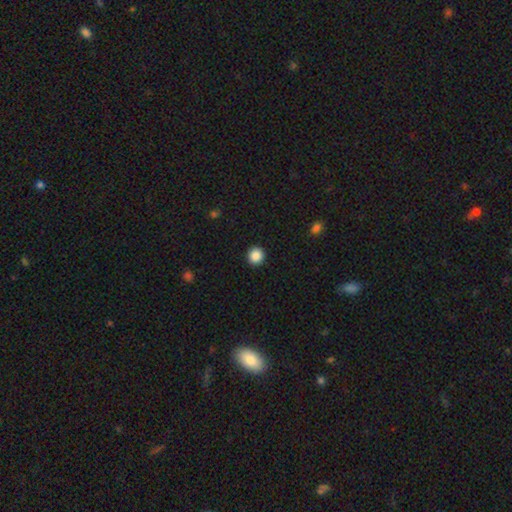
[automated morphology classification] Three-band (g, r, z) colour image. It shows a smooth galaxy with no disk features (88%) that is round (93%). Merging: none (93%).